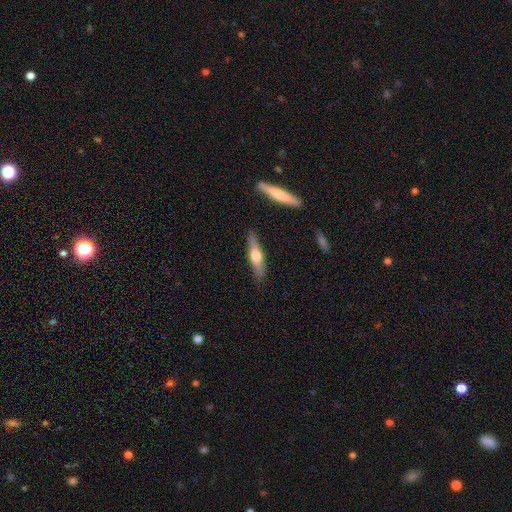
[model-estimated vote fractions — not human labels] The model was most divided on "smooth or featured": featured or disk: 53%, smooth: 41%, star or artifact: 6%. More confident: edge-on disk — yes (94%); merging — none (86%).